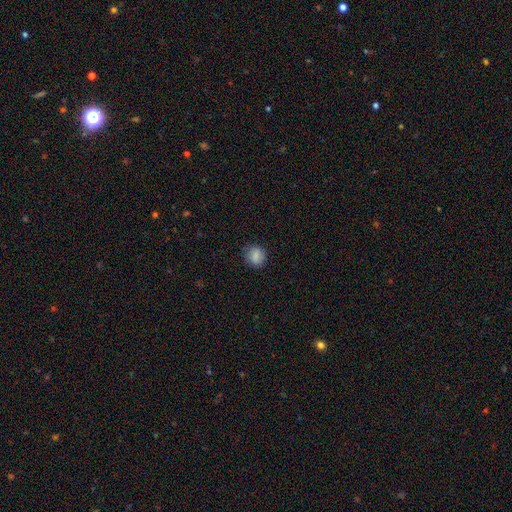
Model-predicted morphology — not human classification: Smooth or featured?
  - smooth: 82% *
  - featured or disk: 10%
  - star or artifact: 9%
How rounded?
  - round: 76% *
  - in between: 22%
  - cigar-shaped: 1%
Merging?
  - none: 82% *
  - minor disturbance: 14%
  - major disturbance: 3%
  - merger: 1%